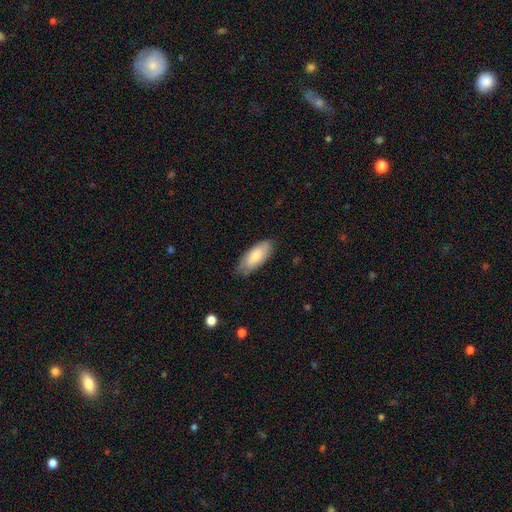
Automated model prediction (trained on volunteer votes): Smooth or featured? smooth (79%)
How rounded? in between (84%)
Merging? none (79%)